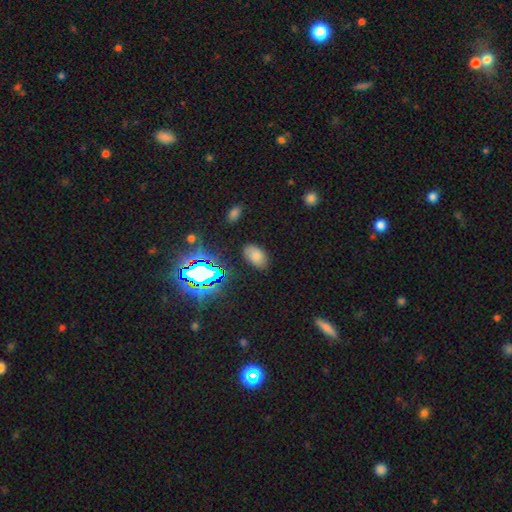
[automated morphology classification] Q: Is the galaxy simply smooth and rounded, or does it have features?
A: smooth — 69%.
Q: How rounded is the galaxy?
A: in between — 92%.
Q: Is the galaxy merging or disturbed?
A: none — 81%.